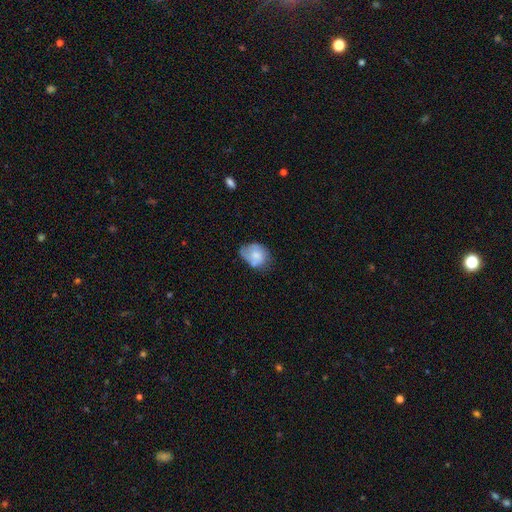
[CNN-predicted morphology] Smooth or featured? smooth (59%)
How rounded? in between (58%)
Merging? none (43%)